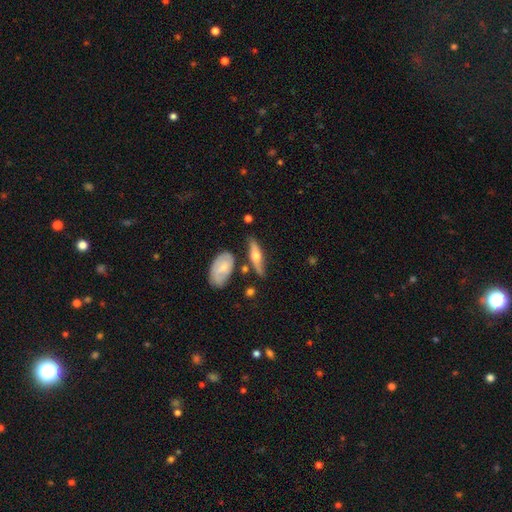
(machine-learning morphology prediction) featured or disk 57%, smooth 37%, star or artifact 6%. Down the decision tree: edge-on disk — yes (78%); merging — none (64%).